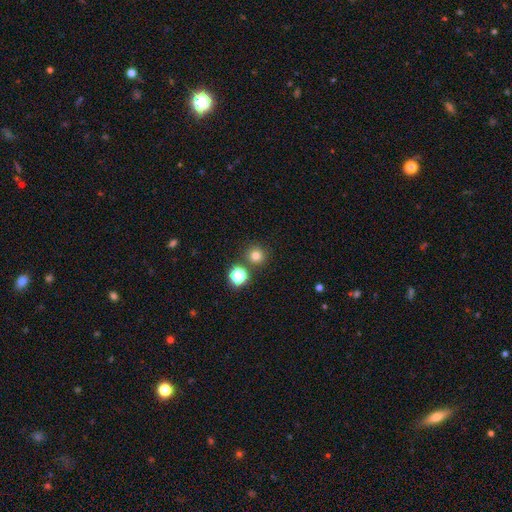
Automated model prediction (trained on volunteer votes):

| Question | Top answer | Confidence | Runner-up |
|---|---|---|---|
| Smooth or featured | smooth | 77% | star or artifact (17%) |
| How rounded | round | 94% | in between (5%) |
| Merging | none | 82% | merger (9%) |